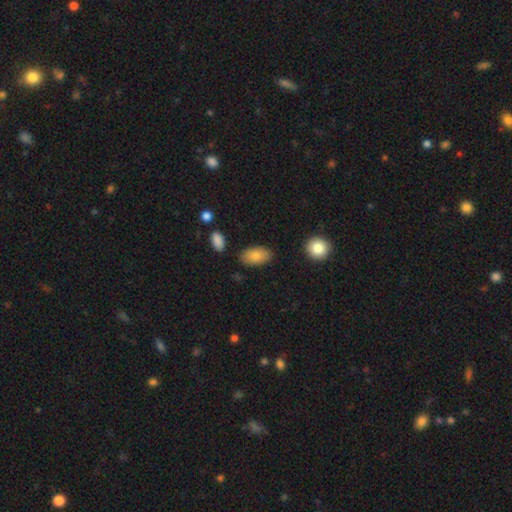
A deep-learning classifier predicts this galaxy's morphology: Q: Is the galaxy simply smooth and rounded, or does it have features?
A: smooth — 82%.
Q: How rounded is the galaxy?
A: in between — 92%.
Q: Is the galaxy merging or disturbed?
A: none — 82%.